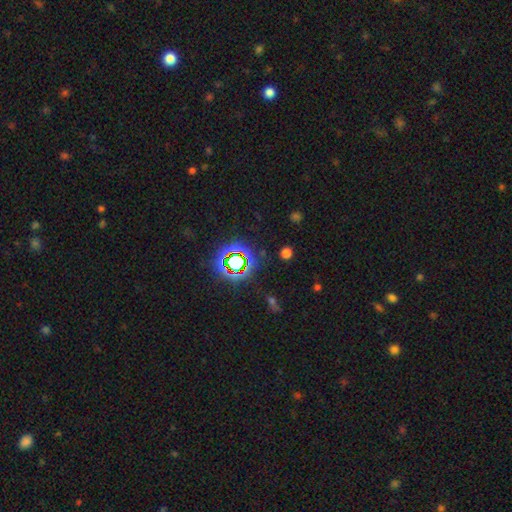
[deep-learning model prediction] smooth-or-featured: star or artifact: 60% | smooth: 28% | featured or disk: 12%